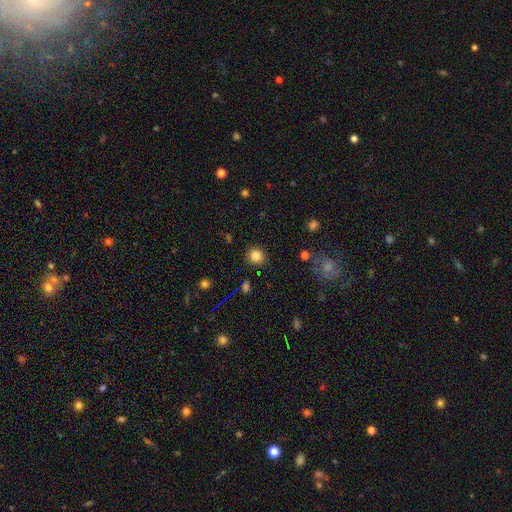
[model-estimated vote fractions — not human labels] Smooth or featured: smooth — 83% (star or artifact — 12%)
How rounded: round — 87% (in between — 12%)
Merging: none — 88% (minor disturbance — 7%)